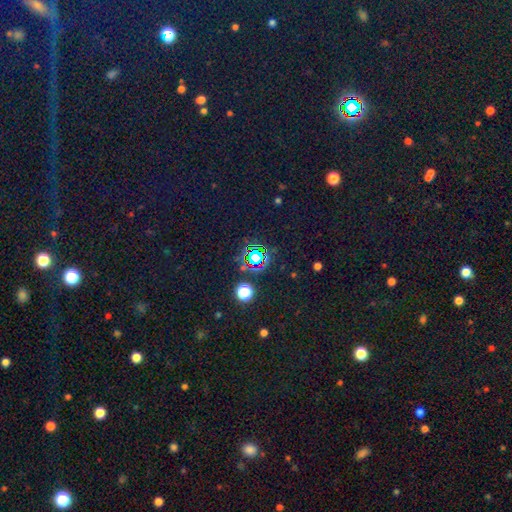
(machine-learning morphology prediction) This is likely a star or artifact rather than a galaxy (72%).